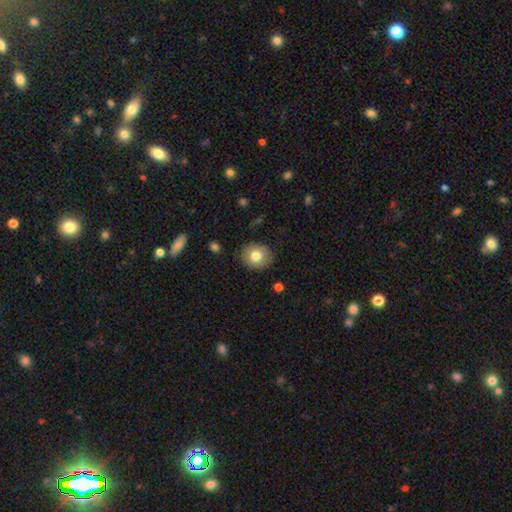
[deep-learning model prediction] A smooth galaxy with no disk features (78%) that is round (67%). Merging: none (86%).